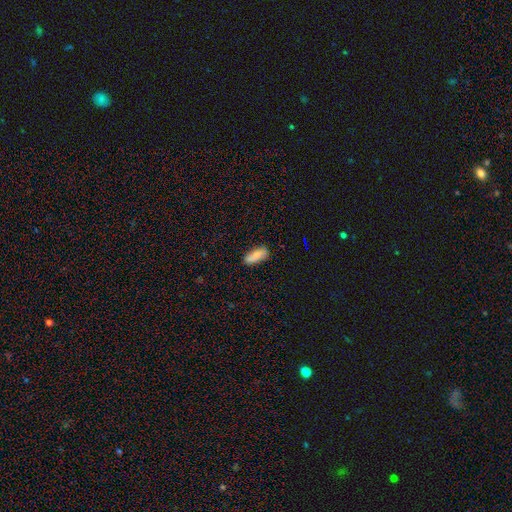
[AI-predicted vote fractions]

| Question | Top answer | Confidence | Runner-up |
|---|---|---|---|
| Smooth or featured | smooth | 80% | featured or disk (12%) |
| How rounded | in between | 73% | cigar-shaped (25%) |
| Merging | none | 77% | minor disturbance (16%) |